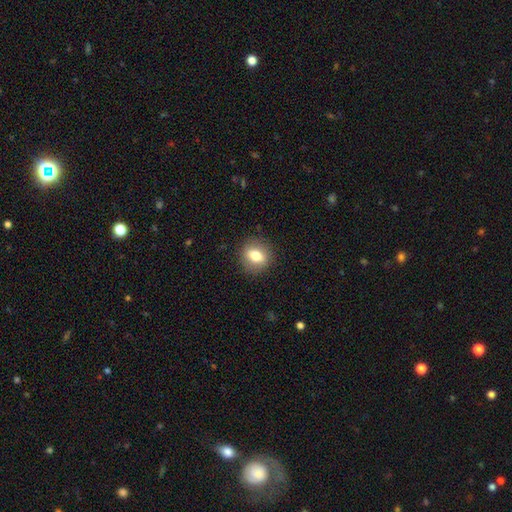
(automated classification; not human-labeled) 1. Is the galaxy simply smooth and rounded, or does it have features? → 73% smooth, 18% featured or disk, 9% star or artifact.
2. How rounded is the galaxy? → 63% round, 35% in between, 2% cigar-shaped.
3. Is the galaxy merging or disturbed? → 88% none, 9% minor disturbance, 3% major disturbance, 1% merger.